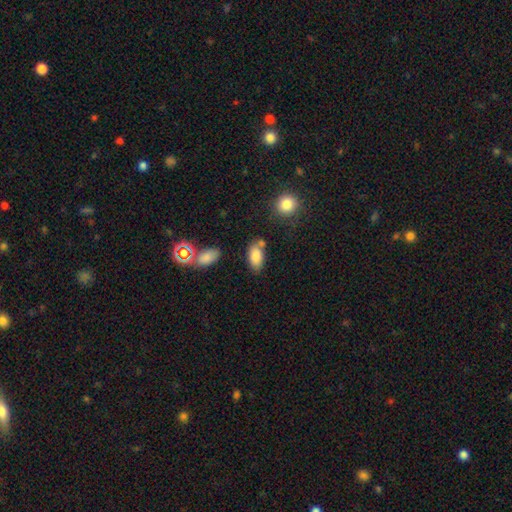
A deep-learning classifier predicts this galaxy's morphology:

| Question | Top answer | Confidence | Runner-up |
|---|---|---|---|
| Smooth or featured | smooth | 83% | star or artifact (9%) |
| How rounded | in between | 91% | round (4%) |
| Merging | none | 62% | minor disturbance (18%) |